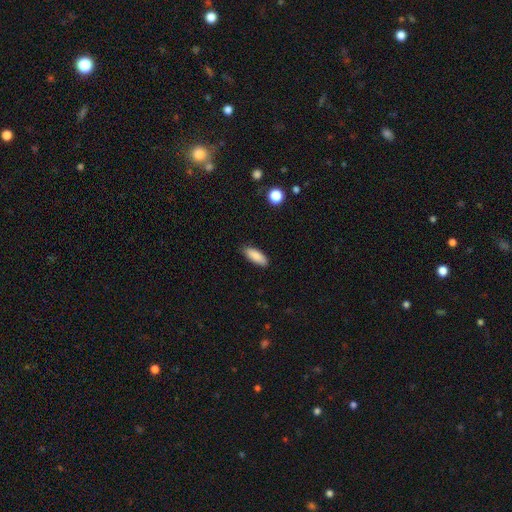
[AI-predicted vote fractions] Morphology: type=smooth (87%); roundness=in between (70%); merging=none (87%).